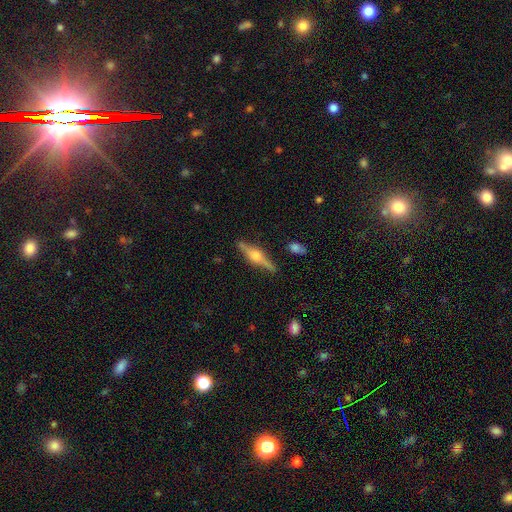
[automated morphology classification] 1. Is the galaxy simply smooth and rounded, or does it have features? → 78% featured or disk, 16% smooth, 6% star or artifact.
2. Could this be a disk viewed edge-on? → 97% yes, 3% no.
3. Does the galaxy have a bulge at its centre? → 89% rounded, 9% boxy, 2% none.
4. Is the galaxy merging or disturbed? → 86% none, 10% minor disturbance, 2% major disturbance, 2% merger.